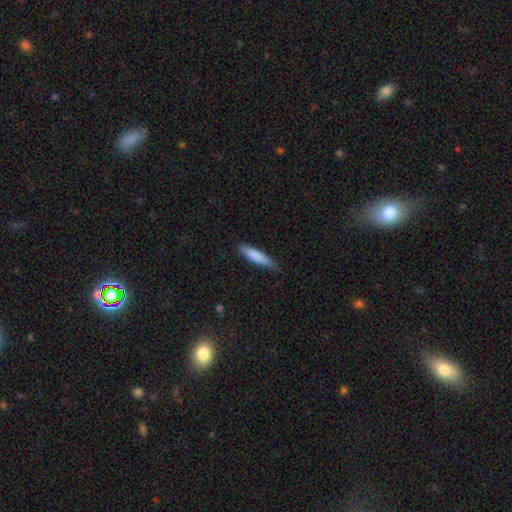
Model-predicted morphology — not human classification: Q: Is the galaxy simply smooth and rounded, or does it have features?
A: smooth — 81%.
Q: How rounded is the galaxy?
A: cigar-shaped — 82%.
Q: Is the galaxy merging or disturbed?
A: none — 79%.